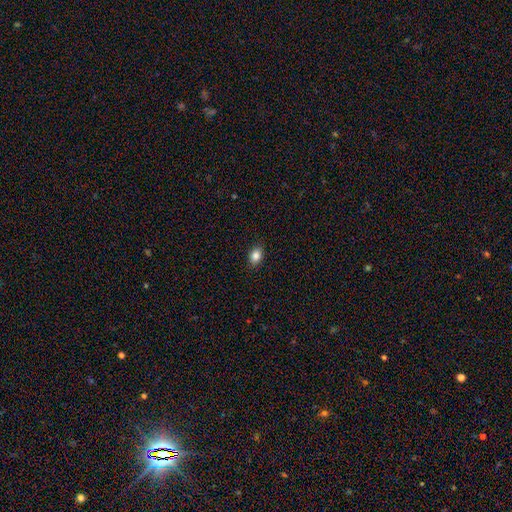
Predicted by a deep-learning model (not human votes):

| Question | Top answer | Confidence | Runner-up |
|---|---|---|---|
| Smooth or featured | smooth | 86% | star or artifact (9%) |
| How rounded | in between | 78% | round (21%) |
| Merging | none | 89% | minor disturbance (8%) |